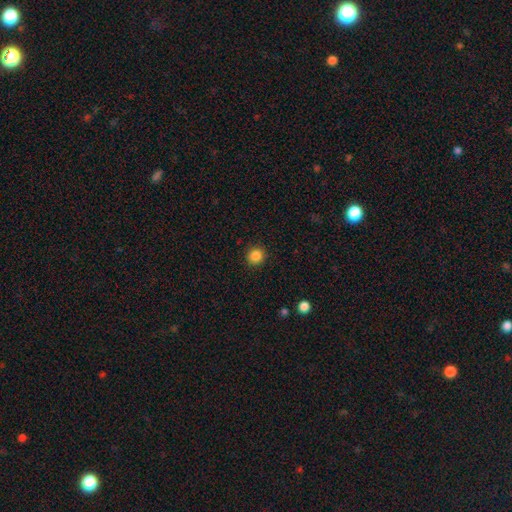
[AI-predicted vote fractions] The model was most divided on "smooth or featured": smooth: 86%, star or artifact: 11%, featured or disk: 3%. More confident: how rounded — round (93%); merging — none (91%).